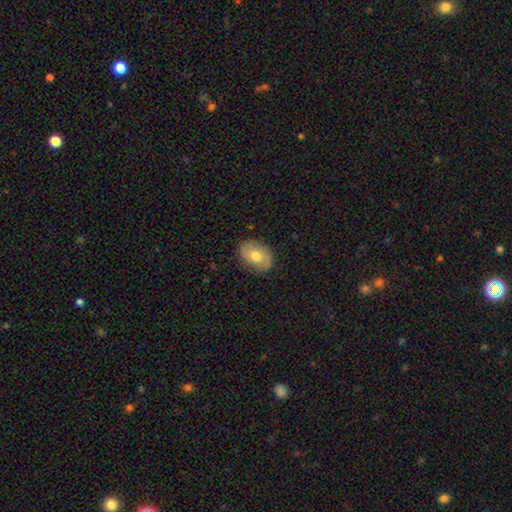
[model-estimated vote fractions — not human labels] Q: Smooth or featured?
A: smooth (64%); runner-up: featured or disk (29%)
Q: How rounded?
A: in between (77%); runner-up: round (22%)
Q: Merging?
A: none (82%); runner-up: minor disturbance (14%)